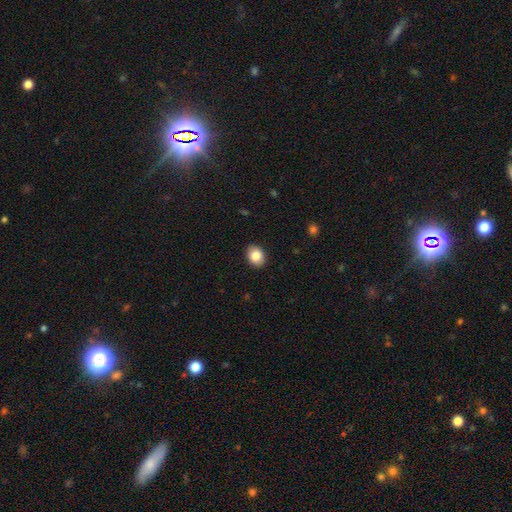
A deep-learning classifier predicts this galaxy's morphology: smooth 85%, star or artifact 8%, featured or disk 7%. Down the decision tree: how rounded — in between (57%); merging — none (90%).